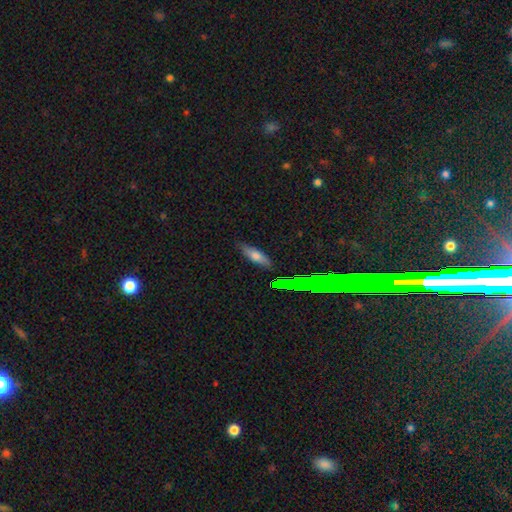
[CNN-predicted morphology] A smooth galaxy with no disk features (63%) that is in between round and cigar-shaped (50%).

Vote fractions:
- Smooth or featured? smooth: 63% / featured or disk: 24% / star or artifact: 12%
- How rounded? in between: 50% / cigar-shaped: 47% / round: 3%
- Merging? none: 81% / minor disturbance: 14% / major disturbance: 3% / merger: 2%